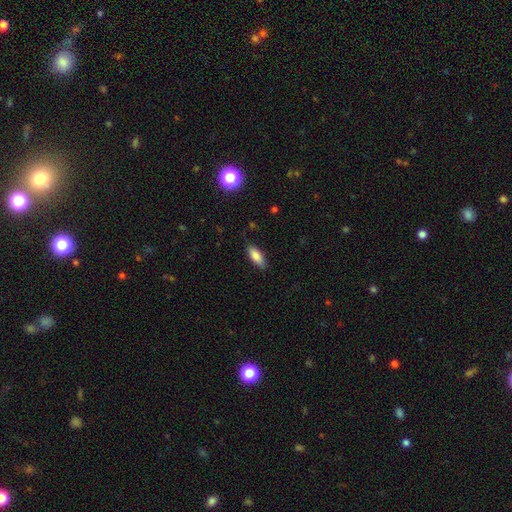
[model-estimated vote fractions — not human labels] Smooth or featured? Predicted: smooth (p=0.83). How rounded? Predicted: in between (p=0.72). Merging? Predicted: none (p=0.84).